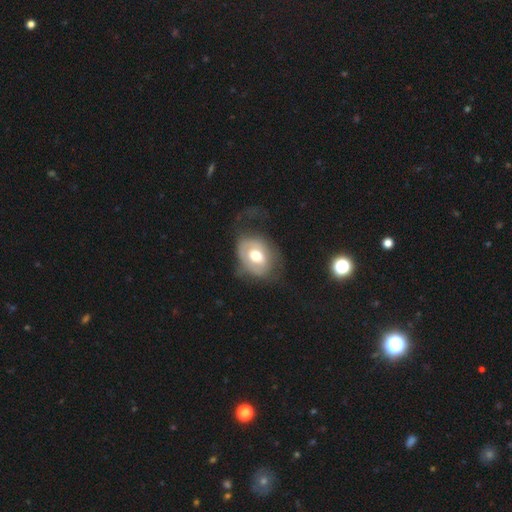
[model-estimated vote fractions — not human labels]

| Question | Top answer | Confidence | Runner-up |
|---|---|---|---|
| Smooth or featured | featured or disk | 52% | smooth (41%) |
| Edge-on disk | no | 95% | yes (5%) |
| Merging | none | 41% | major disturbance (30%) |